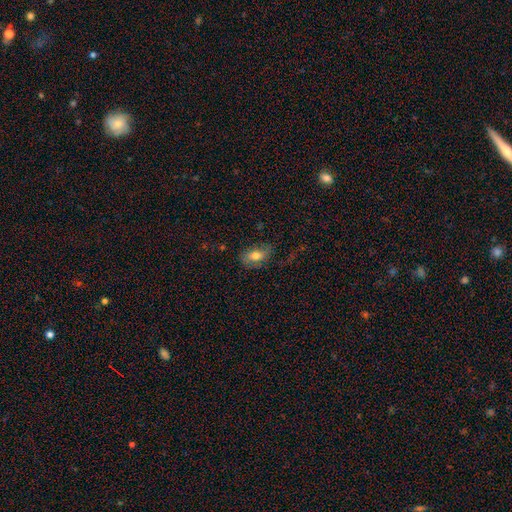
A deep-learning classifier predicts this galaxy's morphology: Smooth or featured? smooth (70%)
How rounded? in between (86%)
Merging? none (62%)